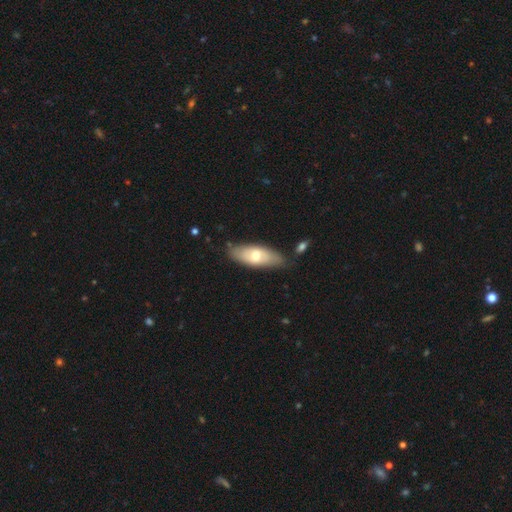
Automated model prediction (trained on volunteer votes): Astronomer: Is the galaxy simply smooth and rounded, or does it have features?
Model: smooth — 57% (runner-up: featured or disk, 37%).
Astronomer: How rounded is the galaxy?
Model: in between — 78%.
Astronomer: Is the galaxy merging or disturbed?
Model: none — 74%.